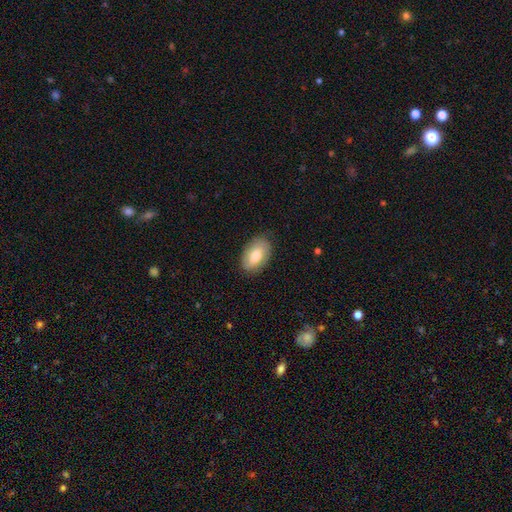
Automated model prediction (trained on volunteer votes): This appears to be a smooth galaxy with no disk features (69%) that is in between round and cigar-shaped (91%). Merging: none (82%).